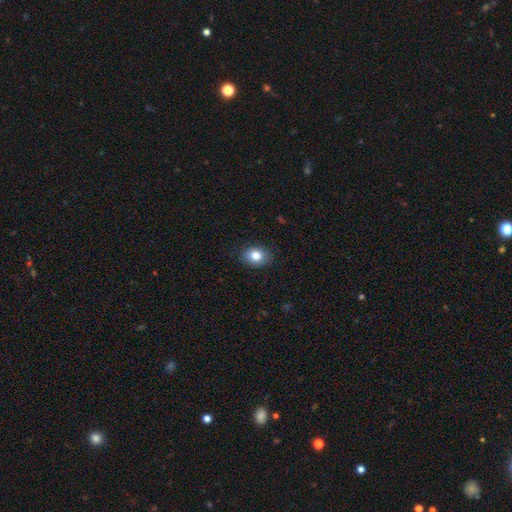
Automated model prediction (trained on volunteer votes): This appears to be a smooth galaxy with no disk features (82%) that is in between round and cigar-shaped (60%). Merging: none (86%).